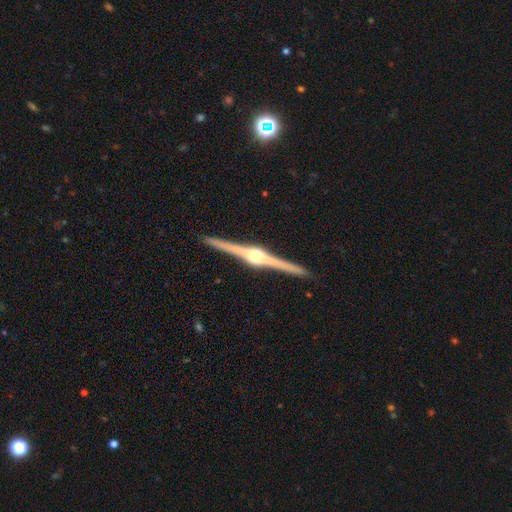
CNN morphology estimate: Smooth or featured? featured or disk (91%)
Edge-on disk? yes (99%)
Edge-on bulge? rounded (89%)
Merging? none (93%)